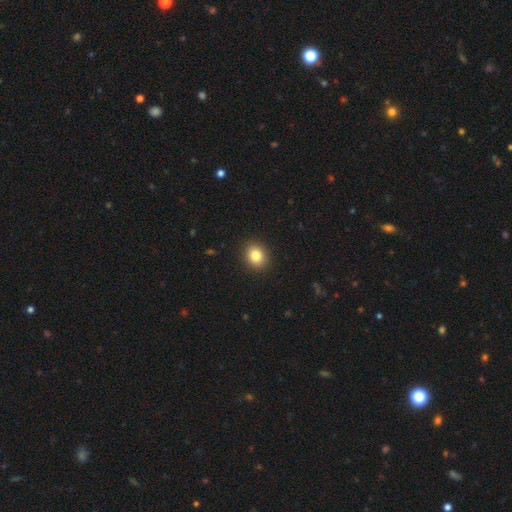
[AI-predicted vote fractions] Overall: smooth (83%). How rounded: round (62%; in between 37%). Merging: none (91%).